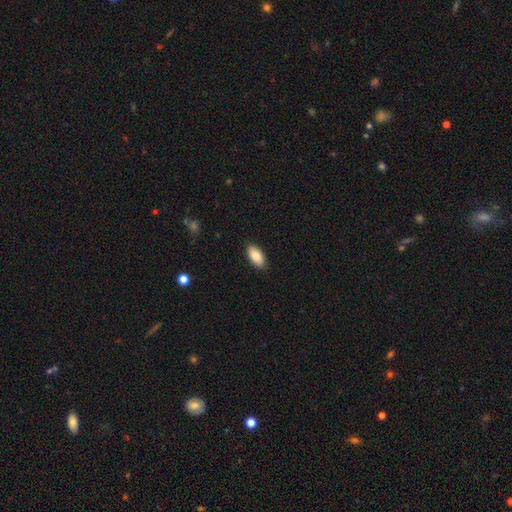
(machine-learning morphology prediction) This is clearly a smooth galaxy (85%). How rounded: clearly in between (93%). Merging: clearly none (88%).